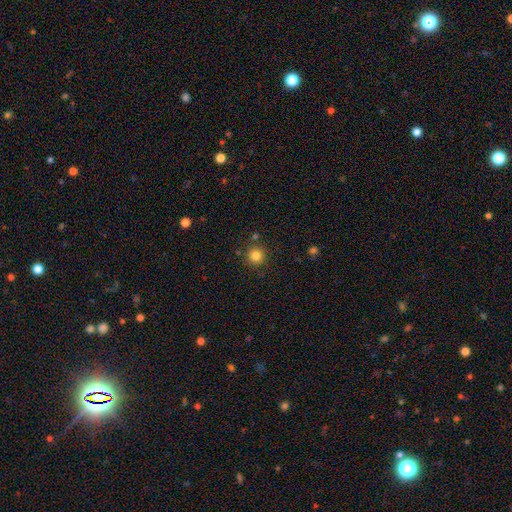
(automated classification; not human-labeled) This is clearly a smooth galaxy (82%). How rounded: clearly round (95%). Merging: clearly none (86%).